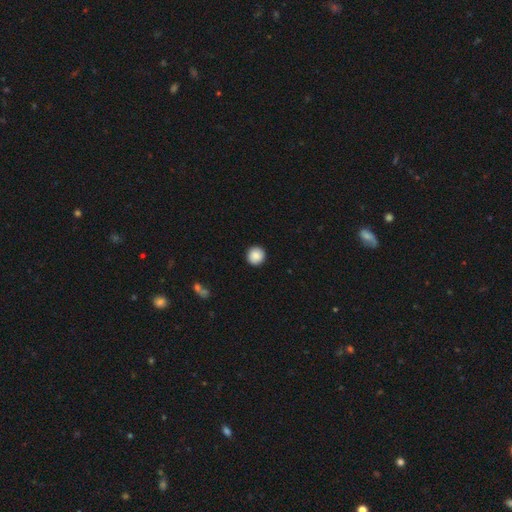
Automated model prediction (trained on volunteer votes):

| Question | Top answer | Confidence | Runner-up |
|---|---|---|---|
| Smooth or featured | smooth | 88% | star or artifact (8%) |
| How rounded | round | 94% | in between (5%) |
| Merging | none | 92% | minor disturbance (5%) |